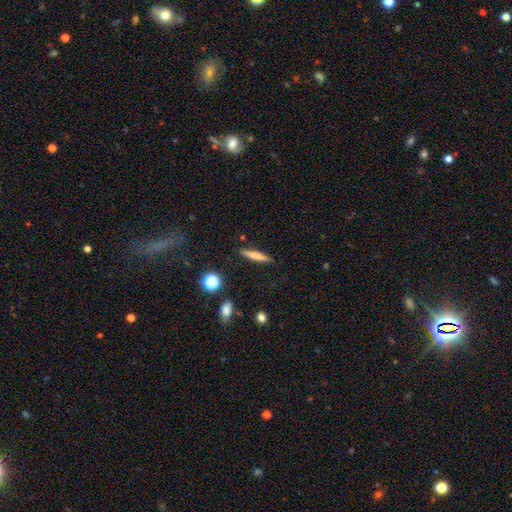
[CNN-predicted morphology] A smooth galaxy with no disk features (65%) that is cigar-shaped (89%).

Vote fractions:
- Smooth or featured? smooth: 65% / featured or disk: 27% / star or artifact: 8%
- How rounded? cigar-shaped: 89% / in between: 9% / round: 2%
- Merging? none: 88% / minor disturbance: 8% / major disturbance: 2% / merger: 2%